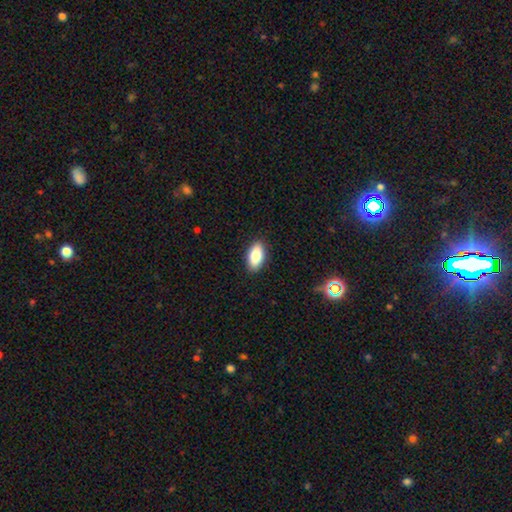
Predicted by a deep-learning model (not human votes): Smooth or featured?
  - smooth: 83% *
  - featured or disk: 10%
  - star or artifact: 7%
How rounded?
  - in between: 92% *
  - cigar-shaped: 4%
  - round: 4%
Merging?
  - none: 89% *
  - minor disturbance: 8%
  - major disturbance: 2%
  - merger: 1%